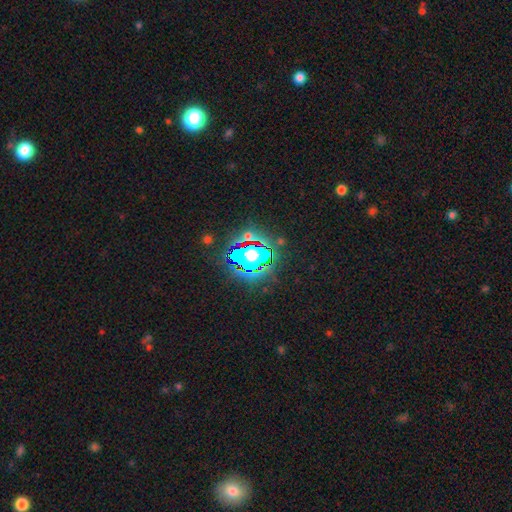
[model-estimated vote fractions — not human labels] This is clearly a star or artifact rather than a galaxy (81%).